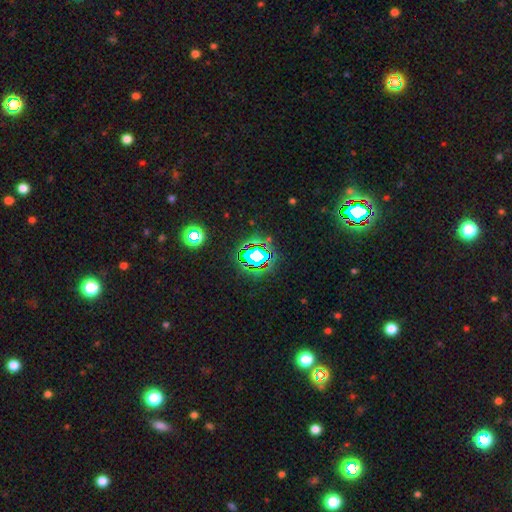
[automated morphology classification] A star or artifact, not a galaxy (66%).

Vote fractions:
- Smooth or featured? star or artifact: 66% / smooth: 20% / featured or disk: 14%